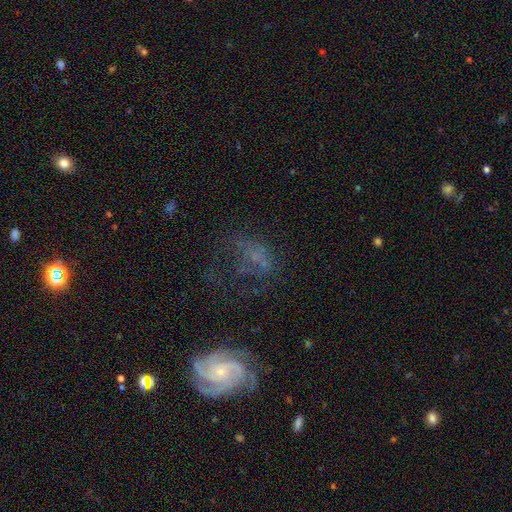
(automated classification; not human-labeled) This appears to be a featured or disk galaxy (59%) with no bar (74%), spiral arms (62%) and a small central bulge (45%). Merging: none (43%).